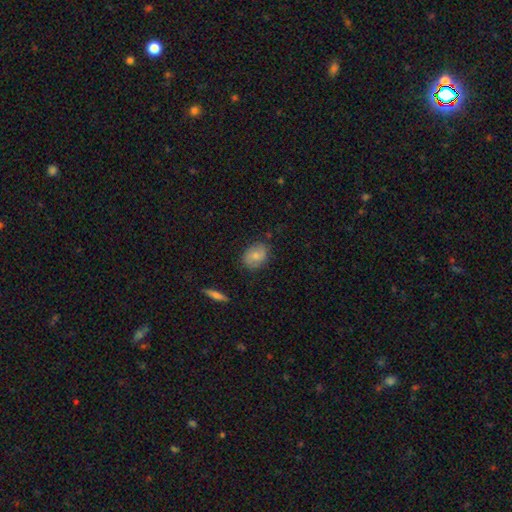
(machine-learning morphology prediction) This is likely a smooth galaxy (64%). How rounded: likely in between (65%). Merging: likely none (77%).